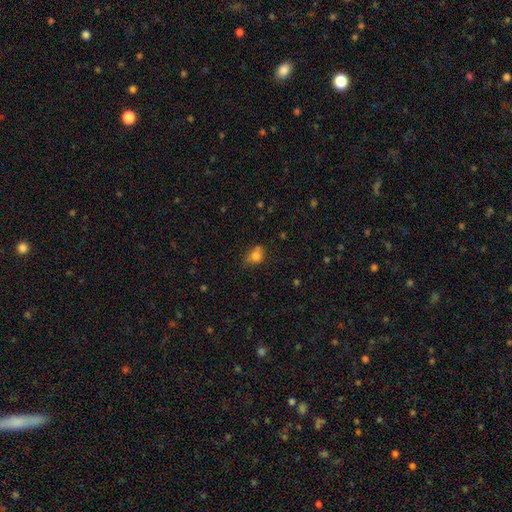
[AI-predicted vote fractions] Smooth or featured: smooth — 79% (star or artifact — 11%)
How rounded: in between — 62% (round — 36%)
Merging: none — 50% (minor disturbance — 32%)